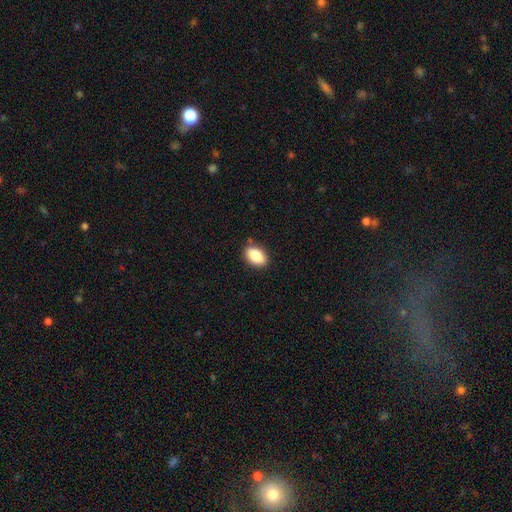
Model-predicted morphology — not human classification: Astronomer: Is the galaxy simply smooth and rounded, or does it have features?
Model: smooth — 86%.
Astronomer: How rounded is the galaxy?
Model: in between — 90%.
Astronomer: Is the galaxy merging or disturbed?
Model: none — 86%.